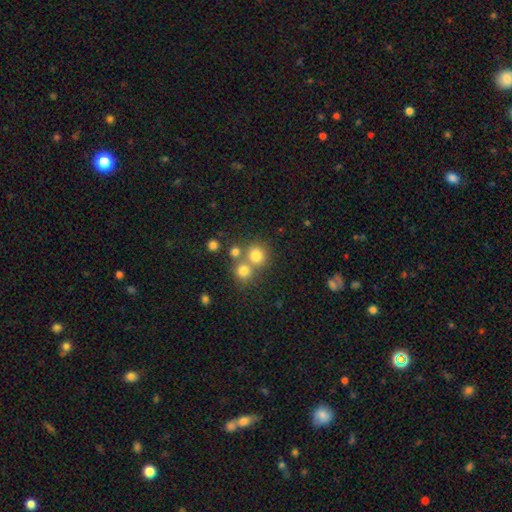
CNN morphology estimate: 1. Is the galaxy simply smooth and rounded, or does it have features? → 76% smooth, 15% star or artifact, 9% featured or disk.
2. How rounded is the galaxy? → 88% round, 11% in between, 1% cigar-shaped.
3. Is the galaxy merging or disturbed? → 57% none, 32% merger, 7% minor disturbance, 4% major disturbance.